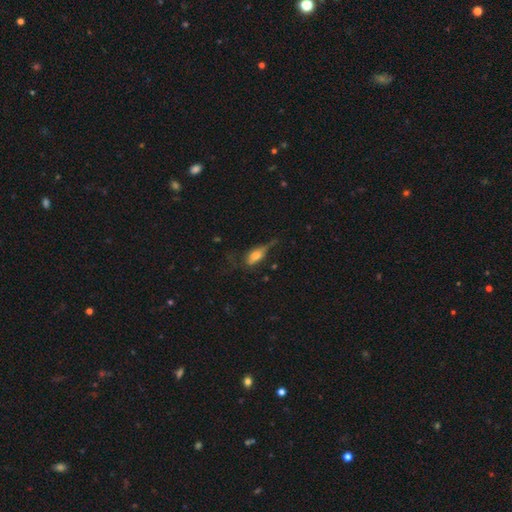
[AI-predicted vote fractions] smooth 60%, featured or disk 31%, star or artifact 9%. Down the decision tree: how rounded — in between (72%); merging — none (40%).